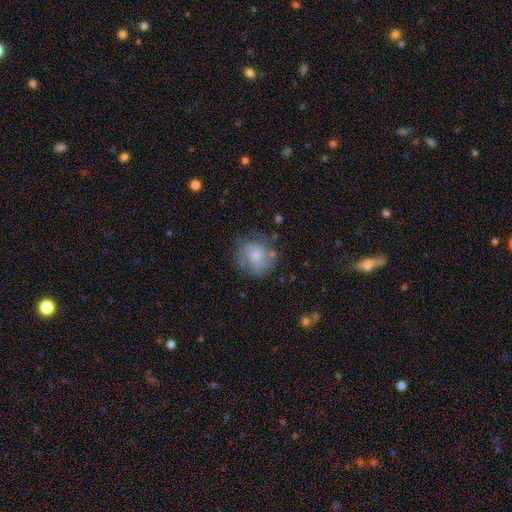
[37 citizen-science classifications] A smooth galaxy with no disk features (81%) that is round (90%). Merging: none (66%).